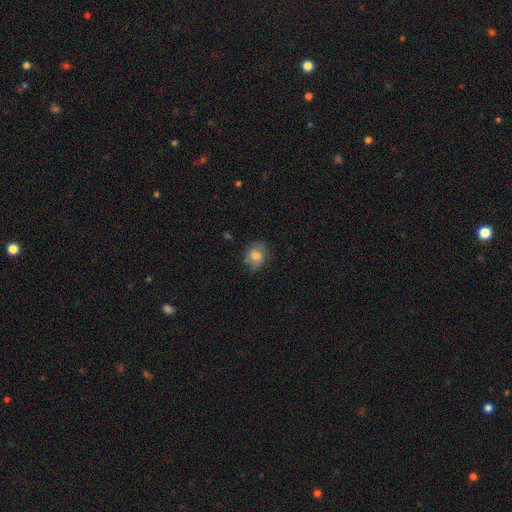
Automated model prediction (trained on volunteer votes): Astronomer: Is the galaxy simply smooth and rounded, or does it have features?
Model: smooth — 72%.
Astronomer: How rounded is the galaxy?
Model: round — 61% (runner-up: in between, 38%).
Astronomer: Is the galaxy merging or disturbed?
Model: none — 63%.